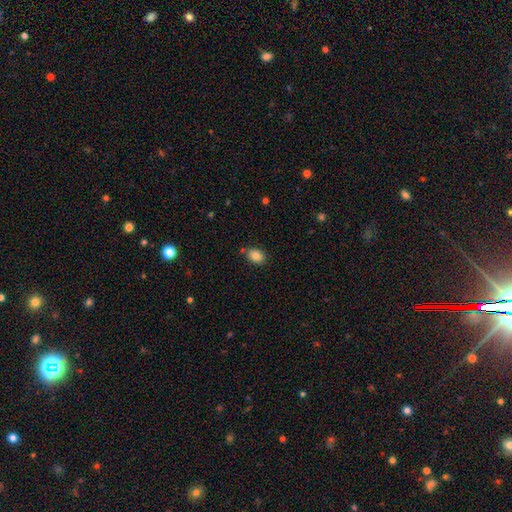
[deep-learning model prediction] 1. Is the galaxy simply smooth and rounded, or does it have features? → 84% smooth, 9% star or artifact, 7% featured or disk.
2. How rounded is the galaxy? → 70% in between, 29% round, 1% cigar-shaped.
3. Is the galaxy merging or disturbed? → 79% none, 14% minor disturbance, 5% merger, 3% major disturbance.